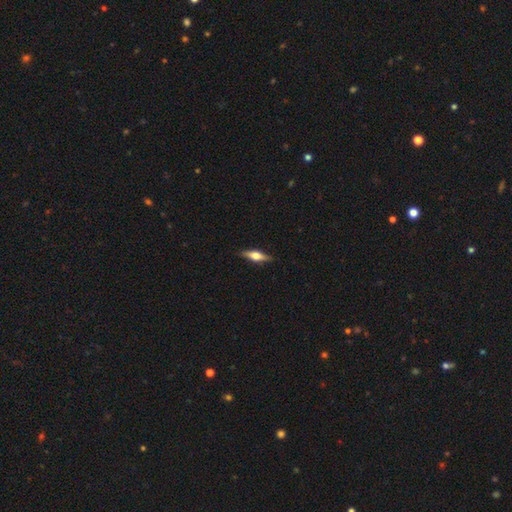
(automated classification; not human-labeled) featured or disk 60%, smooth 34%, star or artifact 6%. Down the decision tree: edge-on disk — yes (95%); edge-on bulge — rounded (92%); merging — none (87%).